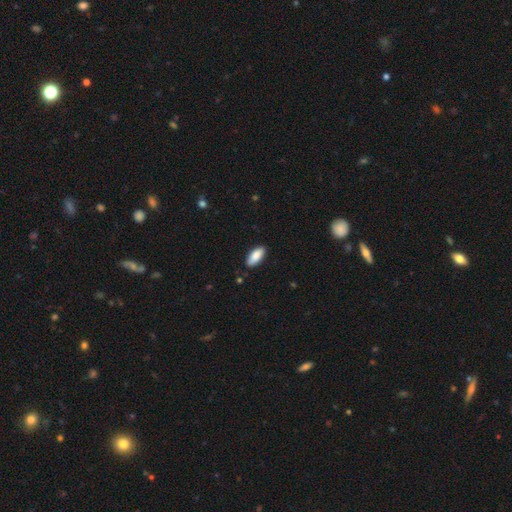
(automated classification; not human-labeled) smooth 87%, featured or disk 7%, star or artifact 6%. Down the decision tree: how rounded — in between (86%); merging — none (87%).